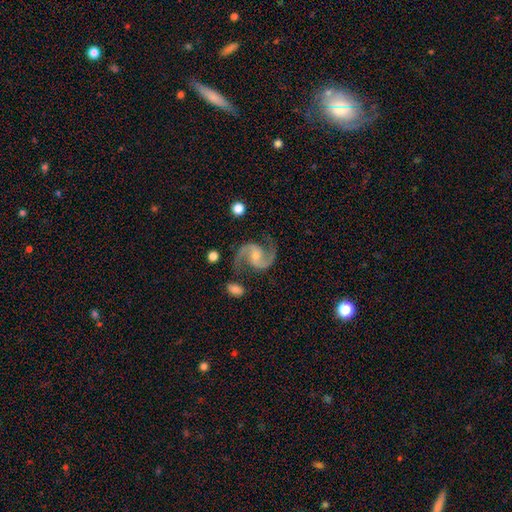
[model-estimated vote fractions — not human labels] smooth-or-featured: featured or disk: 93% | star or artifact: 4% | smooth: 3%
  disk-edge-on: no: 98% | yes: 2%
    bar: no: 42% (tied) | weak: 42% (tied) | strong: 17%
    has-spiral-arms: yes: 98% | no: 2%
      spiral-winding: medium: 61% | loose: 28% | tight: 11%
      spiral-arm-count: 2: 94% | can't tell: 1% | 3: 1% | 1: 1% | 4: 1% | more than 4: 1%
    bulge-size: small: 50% | moderate: 40% | none: 6% | large: 3% | dominant: 1%
  merging: none: 78% | minor disturbance: 13% | major disturbance: 5% | merger: 4%